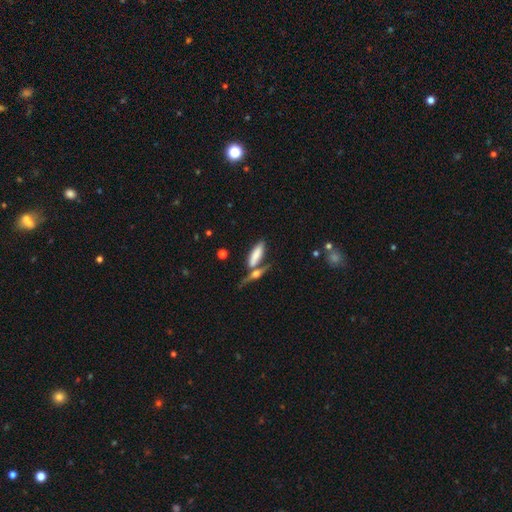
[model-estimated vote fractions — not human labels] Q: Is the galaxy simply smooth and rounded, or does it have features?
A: smooth — 70%.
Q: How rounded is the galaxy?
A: cigar-shaped — 49%, tied with in between.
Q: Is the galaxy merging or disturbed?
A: none — 43%.